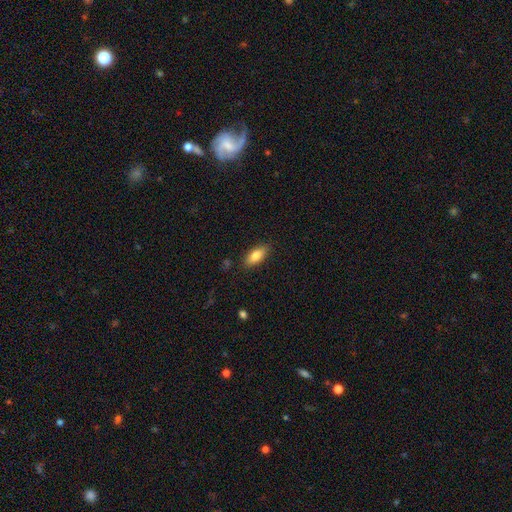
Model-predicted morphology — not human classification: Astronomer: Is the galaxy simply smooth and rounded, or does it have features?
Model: smooth — 81%.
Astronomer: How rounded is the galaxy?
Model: in between — 82%.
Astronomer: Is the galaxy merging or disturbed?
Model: none — 85%.